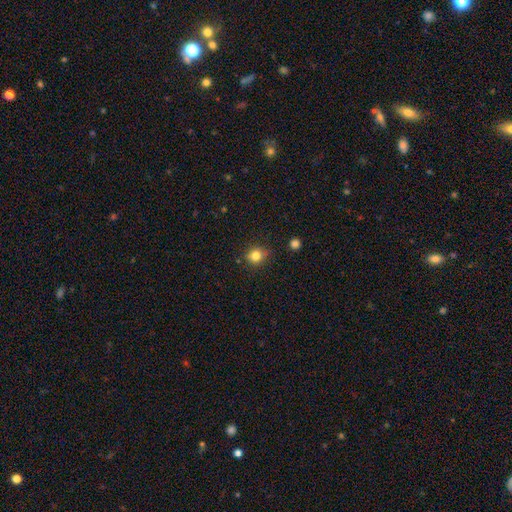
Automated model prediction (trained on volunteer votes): smooth 82%, star or artifact 12%, featured or disk 6%. Down the decision tree: how rounded — round (80%); merging — none (80%).